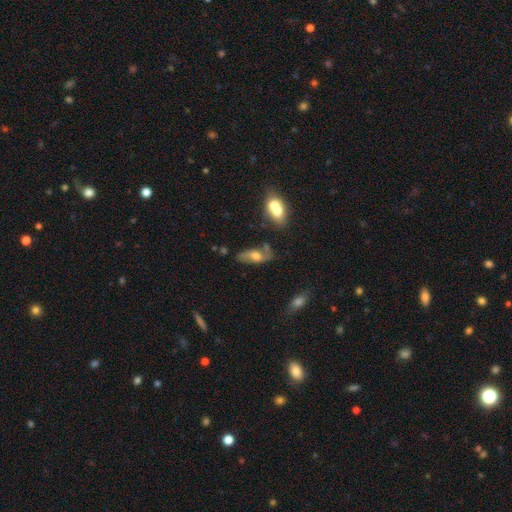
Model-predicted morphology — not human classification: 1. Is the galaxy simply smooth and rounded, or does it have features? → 49% featured or disk, 42% smooth, 9% star or artifact.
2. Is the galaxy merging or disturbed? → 58% none, 24% minor disturbance, 10% major disturbance, 8% merger.